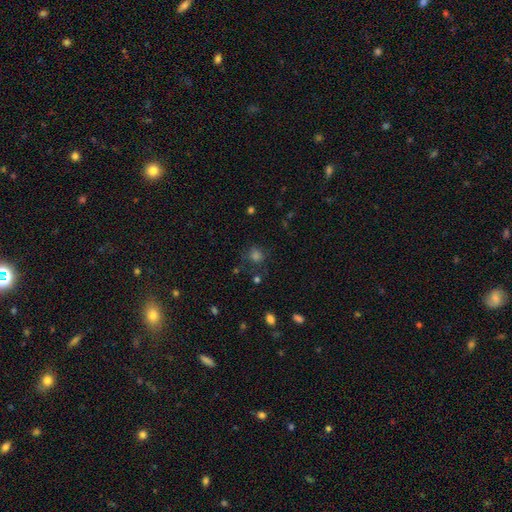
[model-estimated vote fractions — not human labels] Q: Smooth or featured?
A: smooth (64%); runner-up: star or artifact (28%)
Q: How rounded?
A: round (82%); runner-up: in between (17%)
Q: Merging?
A: none (72%); runner-up: minor disturbance (15%)